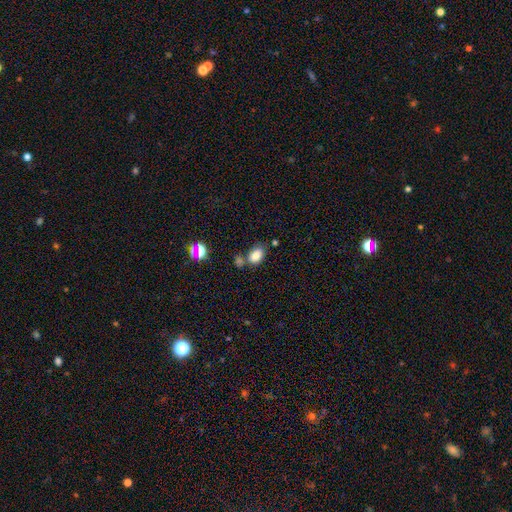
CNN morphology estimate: smooth 81%, star or artifact 11%, featured or disk 7%. Down the decision tree: how rounded — in between (84%); merging — none (59%).